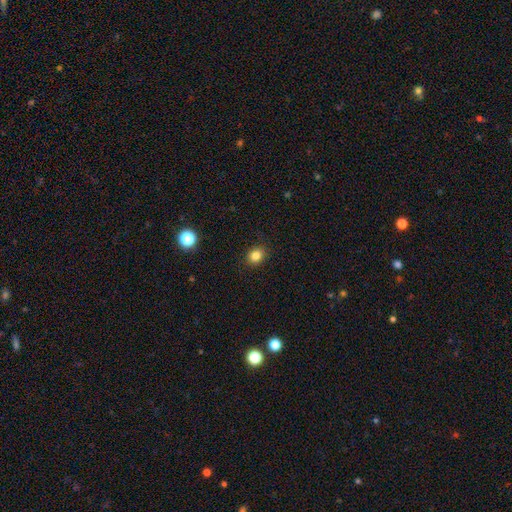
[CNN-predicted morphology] smooth 83%, star or artifact 12%, featured or disk 5%. Down the decision tree: how rounded — round (64%); merging — none (90%).